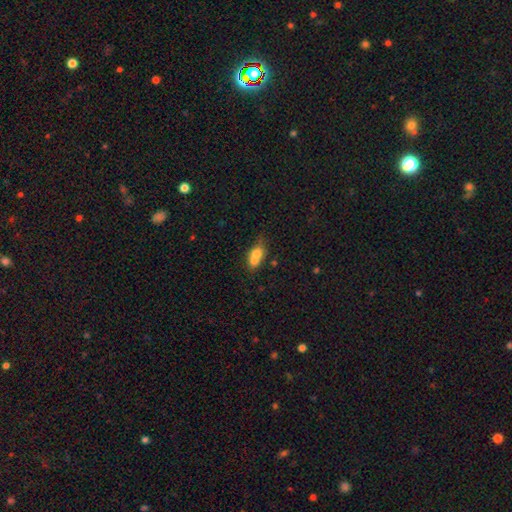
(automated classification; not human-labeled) smooth 69%, featured or disk 22%, star or artifact 10%. Down the decision tree: how rounded — in between (56%); merging — merger (61%).